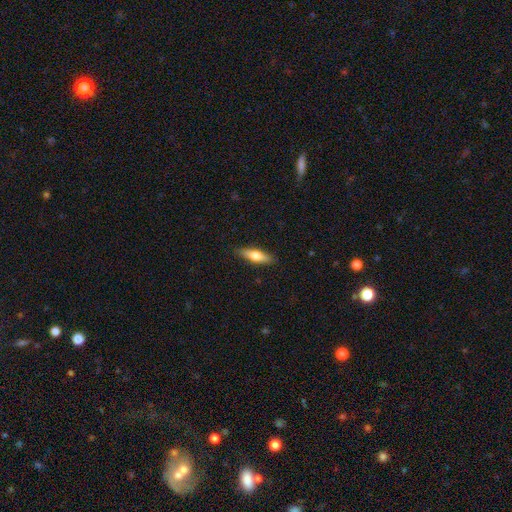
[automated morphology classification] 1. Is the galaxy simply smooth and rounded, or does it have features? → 55% smooth, 39% featured or disk, 6% star or artifact.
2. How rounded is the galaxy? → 60% cigar-shaped, 38% in between, 2% round.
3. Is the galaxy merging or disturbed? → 88% none, 9% minor disturbance, 2% major disturbance, 1% merger.